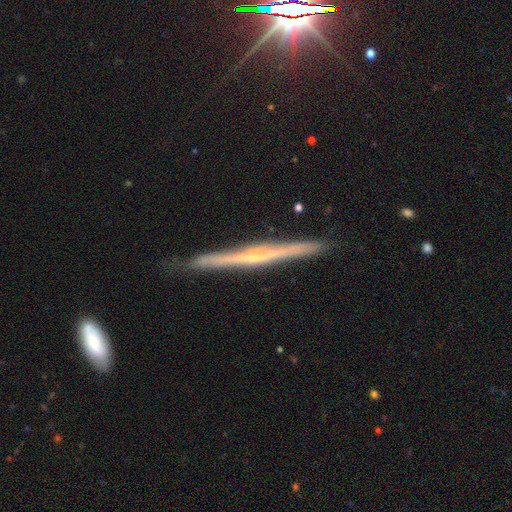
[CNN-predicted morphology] Smooth or featured?
  - featured or disk: 75% *
  - smooth: 18%
  - star or artifact: 7%
Edge-on disk?
  - yes: 98% *
  - no: 2%
Edge-on bulge?
  - none: 55% *
  - rounded: 36%
  - boxy: 9%
Merging?
  - none: 87% *
  - minor disturbance: 10%
  - major disturbance: 2%
  - merger: 1%